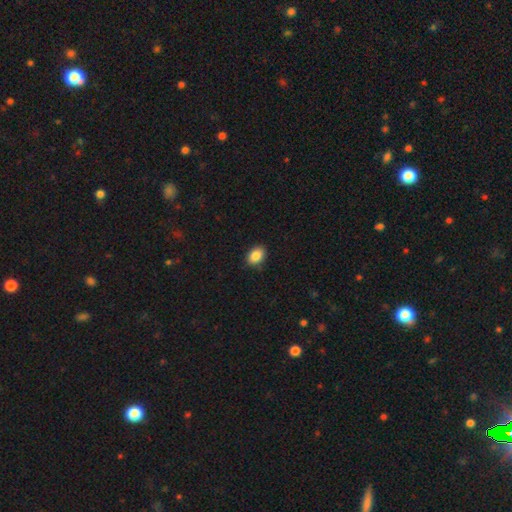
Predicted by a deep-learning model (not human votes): Q: Smooth or featured?
A: smooth (87%); runner-up: star or artifact (8%)
Q: How rounded?
A: in between (77%); runner-up: round (22%)
Q: Merging?
A: none (87%); runner-up: minor disturbance (10%)